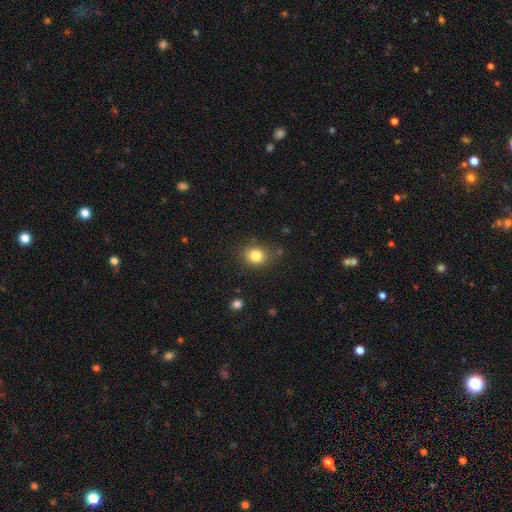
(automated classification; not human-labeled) Smooth or featured: smooth — 83% (star or artifact — 11%)
How rounded: round — 70% (in between — 29%)
Merging: none — 77% (minor disturbance — 15%)